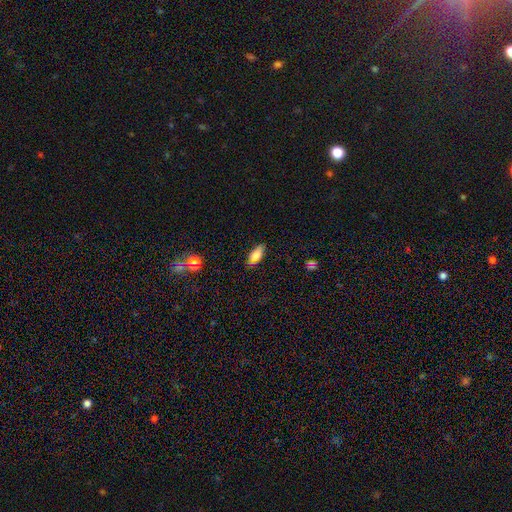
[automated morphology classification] Smooth or featured?
  - smooth: 72% *
  - star or artifact: 16%
  - featured or disk: 12%
How rounded?
  - in between: 84% *
  - cigar-shaped: 12%
  - round: 4%
Merging?
  - none: 79% *
  - minor disturbance: 16%
  - major disturbance: 4%
  - merger: 2%